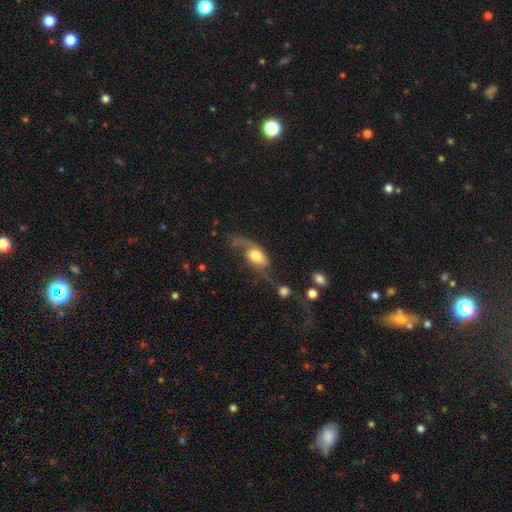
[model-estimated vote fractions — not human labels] featured or disk 51%, smooth 41%, star or artifact 8%. Down the decision tree: edge-on disk — no (89%); merging — major disturbance (36%).